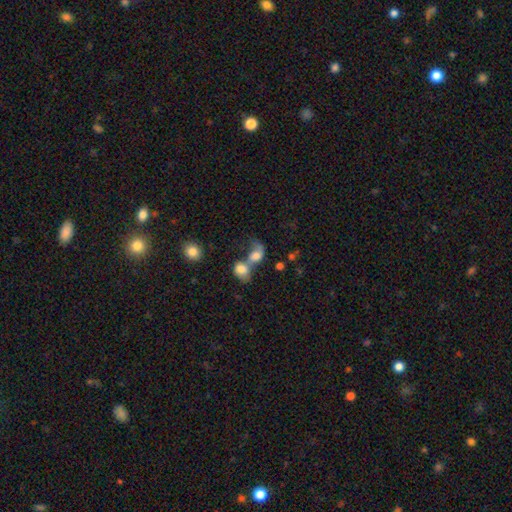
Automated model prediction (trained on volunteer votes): smooth 64%, featured or disk 25%, star or artifact 10%. Down the decision tree: how rounded — in between (59%); merging — merger (75%).